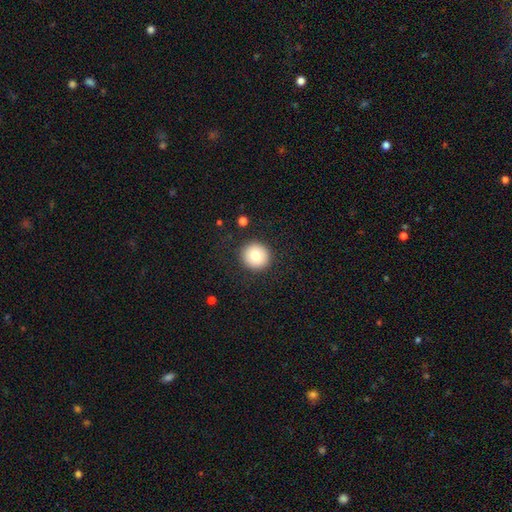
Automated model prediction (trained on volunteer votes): This is likely a smooth galaxy (78%). How rounded: clearly round (94%). Merging: clearly none (90%).